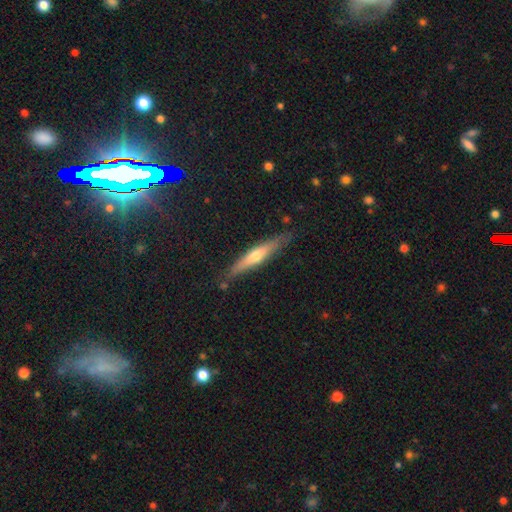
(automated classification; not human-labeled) A featured or disk galaxy (51%) viewed edge-on (91%). Merging: none (82%).